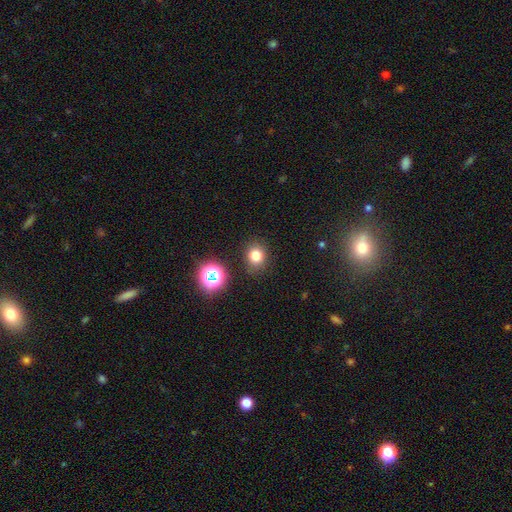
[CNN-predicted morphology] The model was most divided on "how rounded": round: 71%, in between: 28%, cigar-shaped: 1%. More confident: merging — none (85%); smooth or featured — smooth (76%).